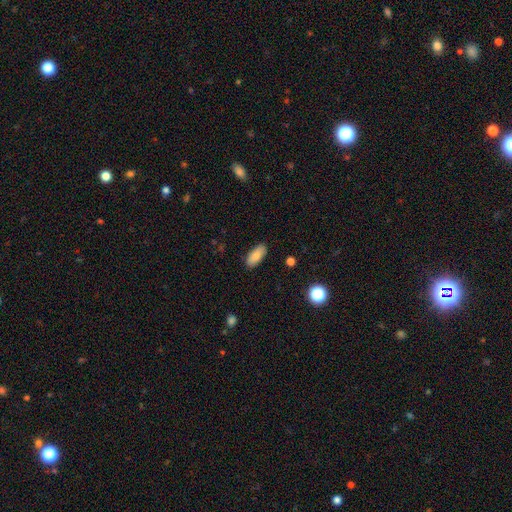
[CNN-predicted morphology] Smooth or featured?
  - smooth: 83% *
  - featured or disk: 10%
  - star or artifact: 7%
How rounded?
  - in between: 87% *
  - cigar-shaped: 11%
  - round: 3%
Merging?
  - none: 88% *
  - minor disturbance: 9%
  - major disturbance: 2%
  - merger: 1%